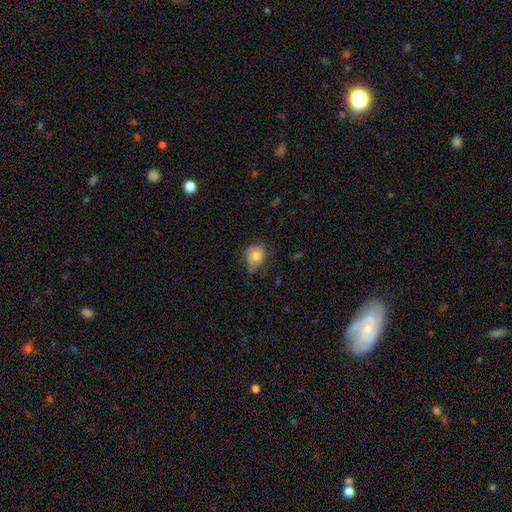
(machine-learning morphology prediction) Smooth or featured: smooth — 78% (featured or disk — 13%)
How rounded: round — 63% (in between — 36%)
Merging: none — 56% (minor disturbance — 34%)